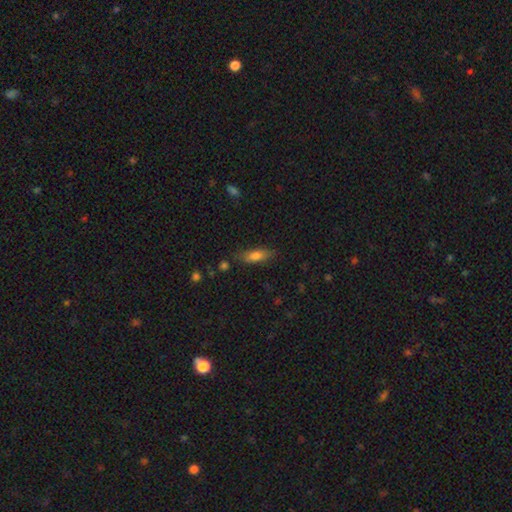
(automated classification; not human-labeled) smooth_or_featured: smooth (p=0.75) [alt: featured or disk p=0.17]
how_rounded: in between (p=0.60) [alt: cigar-shaped p=0.37]
merging: none (p=0.76) [alt: minor disturbance p=0.17]